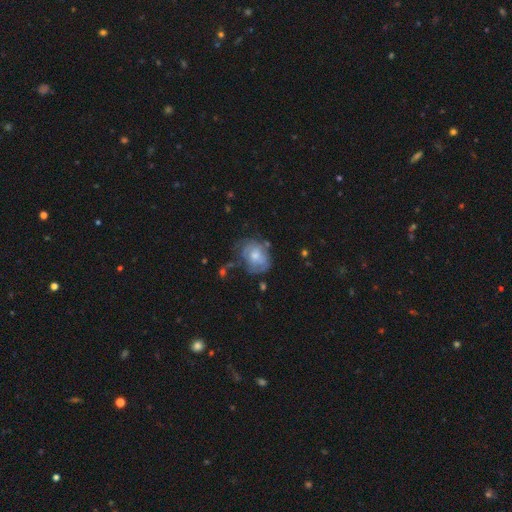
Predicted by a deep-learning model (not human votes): The model was most divided on "spiral arms": yes: 54%, no: 46%. Remaining: edge-on disk — no (97%); bar — no (77%); bulge size — moderate (57%); smooth or featured — featured or disk (55%); merging — none (47%).